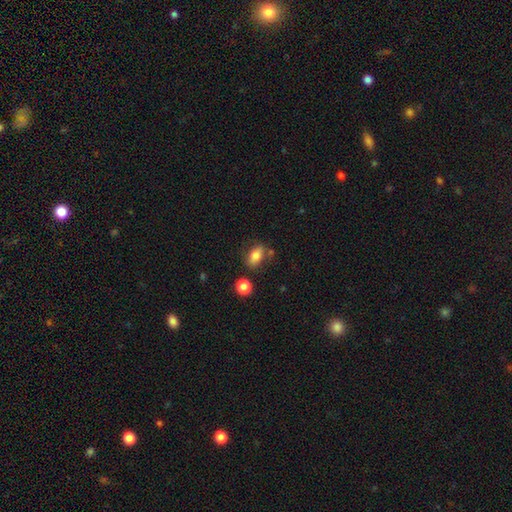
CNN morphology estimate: This appears to be a smooth galaxy with no disk features (80%) that is in between round and cigar-shaped (83%). Merging: none (66%).